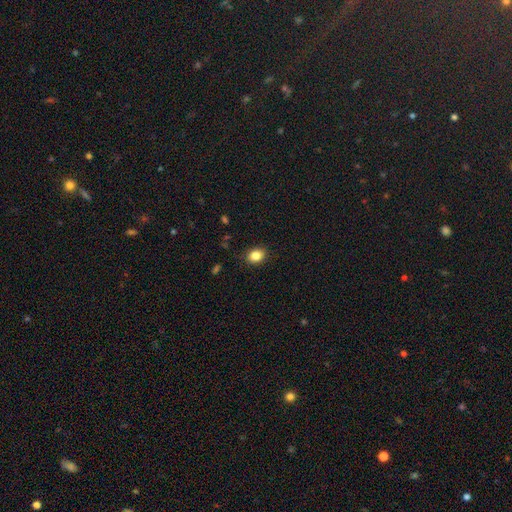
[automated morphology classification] type=smooth (85%); roundness=in between (66%); merging=none (87%).